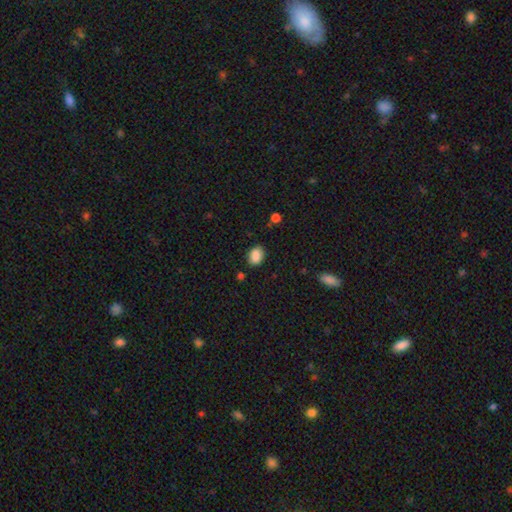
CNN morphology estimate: The model was most divided on "how rounded": in between: 70%, round: 29%, cigar-shaped: 1%. More confident: smooth or featured — smooth (88%); merging — none (83%).